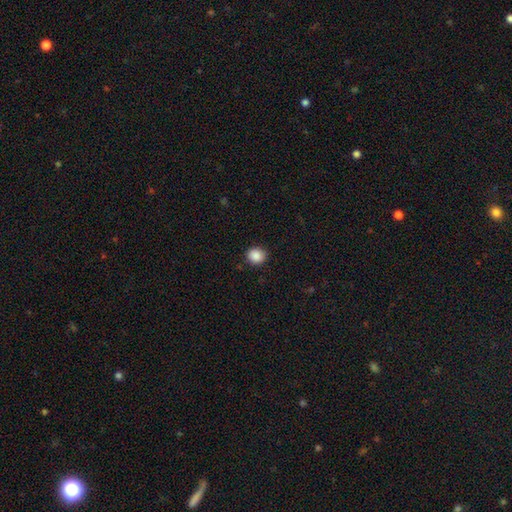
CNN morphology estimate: smooth 88%, star or artifact 9%, featured or disk 3%. Down the decision tree: how rounded — round (83%); merging — none (88%).